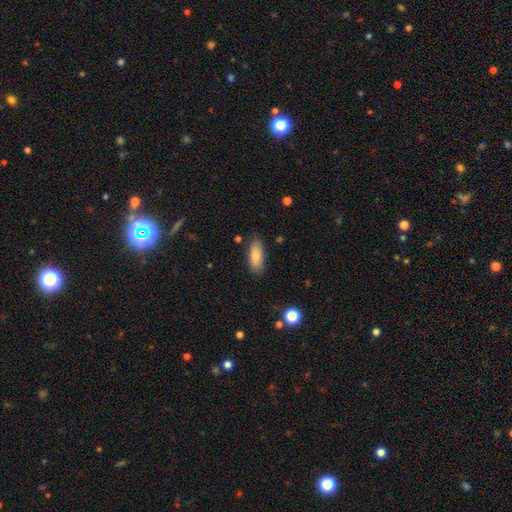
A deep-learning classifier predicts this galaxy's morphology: Smooth or featured?
  - smooth: 84% *
  - featured or disk: 9%
  - star or artifact: 7%
How rounded?
  - in between: 78% *
  - cigar-shaped: 20%
  - round: 2%
Merging?
  - none: 84% *
  - minor disturbance: 12%
  - major disturbance: 3%
  - merger: 2%